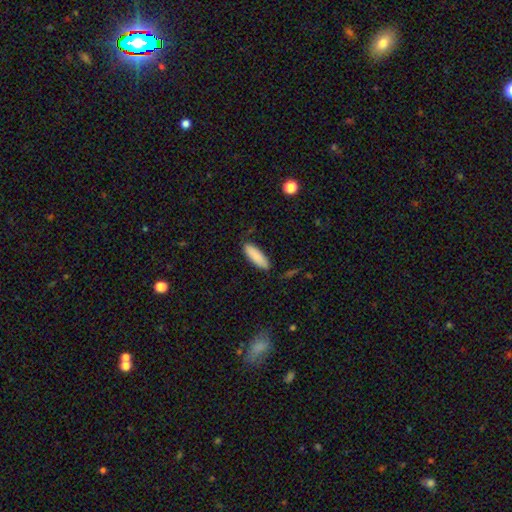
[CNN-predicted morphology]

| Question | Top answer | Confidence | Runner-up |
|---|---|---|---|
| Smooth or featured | smooth | 88% | featured or disk (6%) |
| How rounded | cigar-shaped | 50% | in between (49%) |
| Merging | none | 86% | minor disturbance (11%) |